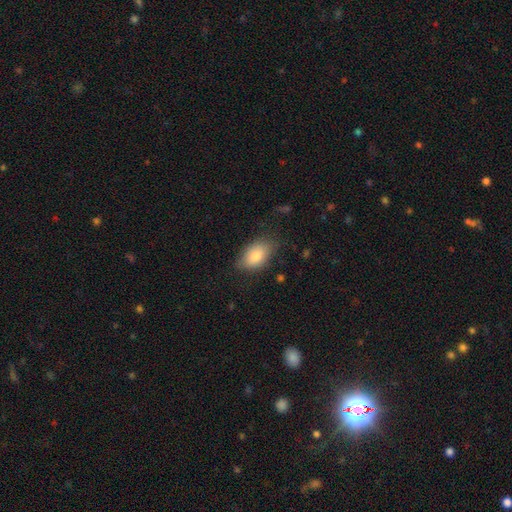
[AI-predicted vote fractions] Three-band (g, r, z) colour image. It shows a smooth galaxy with no disk features (81%) that is in between round and cigar-shaped (89%). Merging: none (75%).